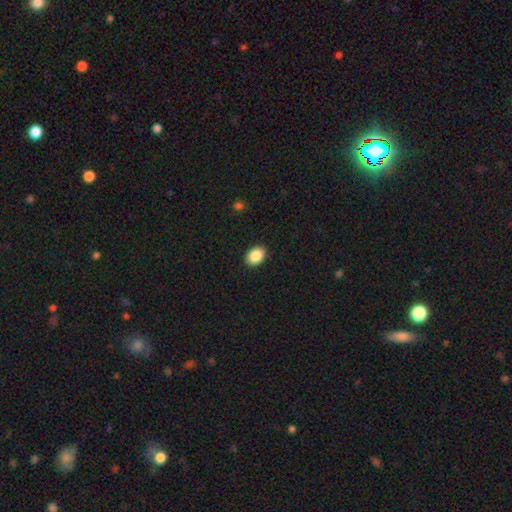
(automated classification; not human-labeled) Smooth or featured? Predicted: smooth (p=0.88). How rounded? Predicted: in between (p=0.75). Merging? Predicted: none (p=0.90).